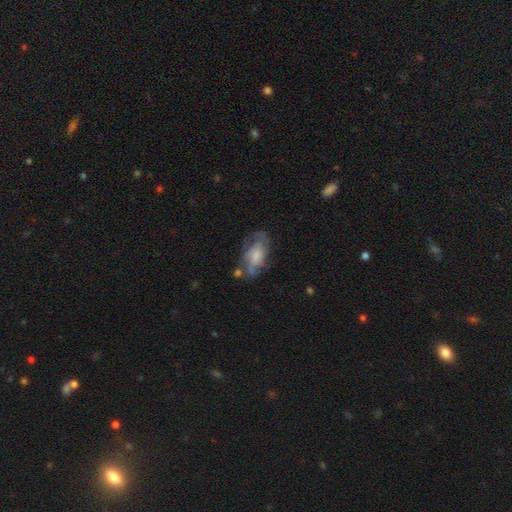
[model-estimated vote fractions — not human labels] The model was most divided on "spiral arm count": can't tell: 31%, 2: 30%, 3: 22%, 4: 7%, 1: 5%, more than 4: 4%. Remaining: edge-on disk — no (95%); spiral arms — yes (83%); smooth or featured — featured or disk (66%); bar — no (65%); merging — none (50%); spiral winding — medium (45%); bulge size — small (42%).